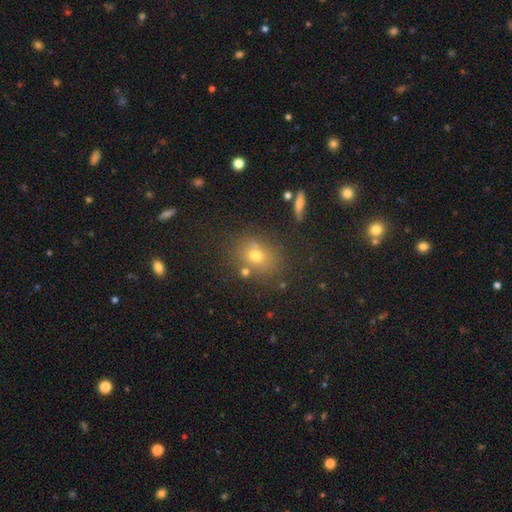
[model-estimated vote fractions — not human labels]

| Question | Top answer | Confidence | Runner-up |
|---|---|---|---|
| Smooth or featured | smooth | 67% | star or artifact (18%) |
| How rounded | round | 57% | in between (42%) |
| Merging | none | 71% | minor disturbance (13%) |